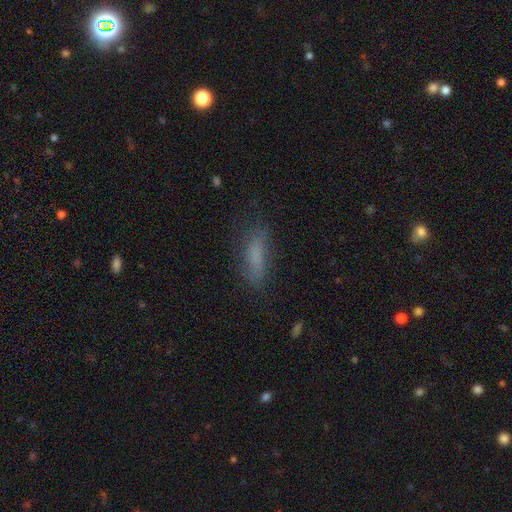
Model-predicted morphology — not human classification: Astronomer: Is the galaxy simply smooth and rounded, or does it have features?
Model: smooth — 74%.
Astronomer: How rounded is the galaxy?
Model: in between — 50% (runner-up: cigar-shaped, 47%).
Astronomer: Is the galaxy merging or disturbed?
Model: none — 71%.